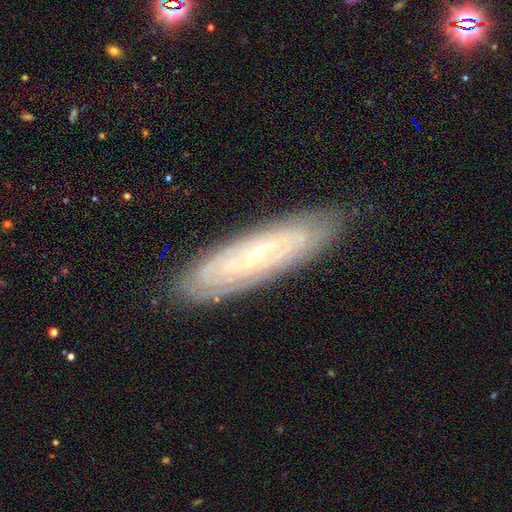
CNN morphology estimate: A featured or disk galaxy (76%) with no bar (50%), spiral arms (82%) and a small central bulge (74%).

Vote fractions:
- Smooth or featured? featured or disk: 76% / smooth: 17% / star or artifact: 8%
- Edge-on disk? no: 74% / yes: 26%
- Bar? no: 50% / weak: 34% / strong: 16%
- Spiral arms? yes: 82% / no: 18%
- Bulge size? small: 74% / moderate: 22% / none: 1% / large: 1% / dominant: 1%
- Merging? none: 84% / minor disturbance: 12% / major disturbance: 3% / merger: 1%